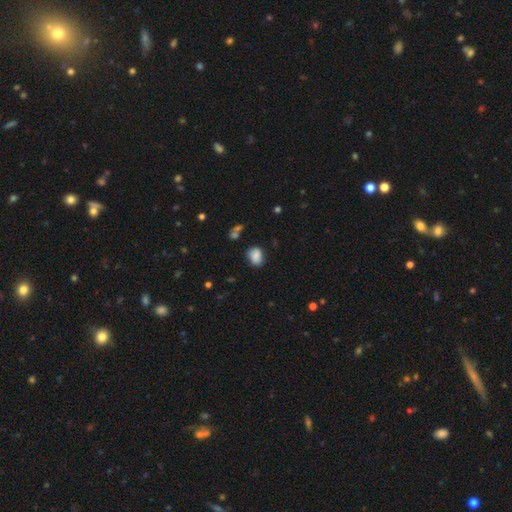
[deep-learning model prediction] Smooth or featured? Predicted: smooth (p=0.81). How rounded? Predicted: in between (p=0.62). Merging? Predicted: none (p=0.70).